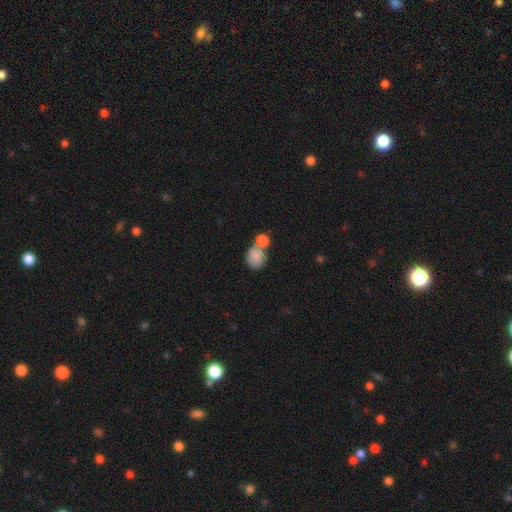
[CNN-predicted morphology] A smooth galaxy with no disk features (84%) that is round (66%).

Vote fractions:
- Smooth or featured? smooth: 84% / star or artifact: 8% / featured or disk: 7%
- How rounded? round: 66% / in between: 33% / cigar-shaped: 1%
- Merging? merger: 43% / none: 41% / minor disturbance: 11% / major disturbance: 5%